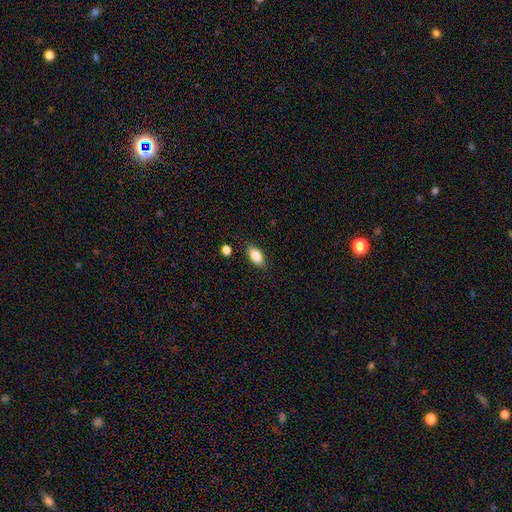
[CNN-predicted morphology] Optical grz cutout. It shows a smooth galaxy with no disk features (83%) that is in between round and cigar-shaped (88%). Merging: none (83%).